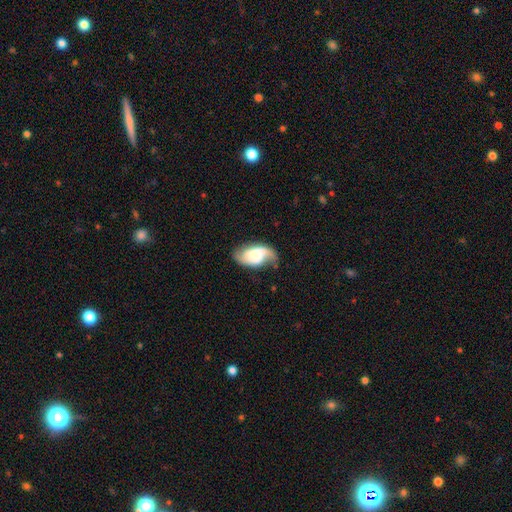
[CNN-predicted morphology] type=featured or disk (66%); edge-on=no (96%); bar=no (48%); spiral arms=yes (92%); winding=loose (49%); arm count=2 (81%); bulge=moderate (28%); merging=none (62%).